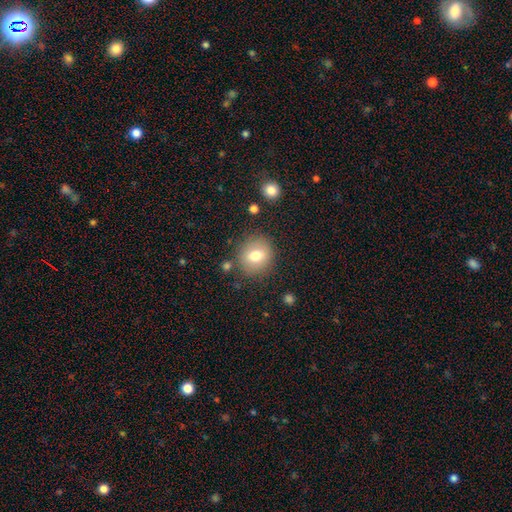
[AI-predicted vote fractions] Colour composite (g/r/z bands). It shows a smooth galaxy with no disk features (73%) that is round (82%). Merging: none (82%).